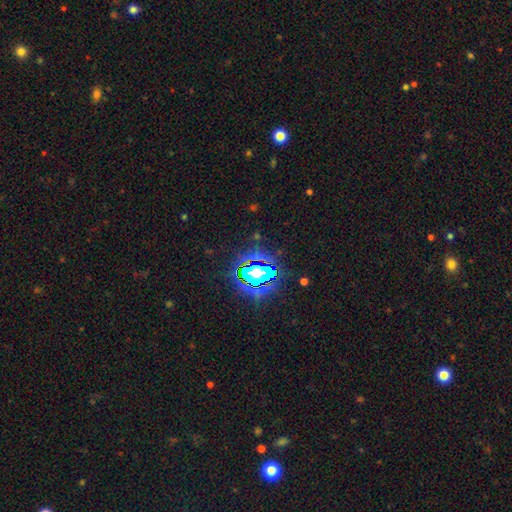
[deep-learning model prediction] This appears to be a star or artifact, not a galaxy (85%).